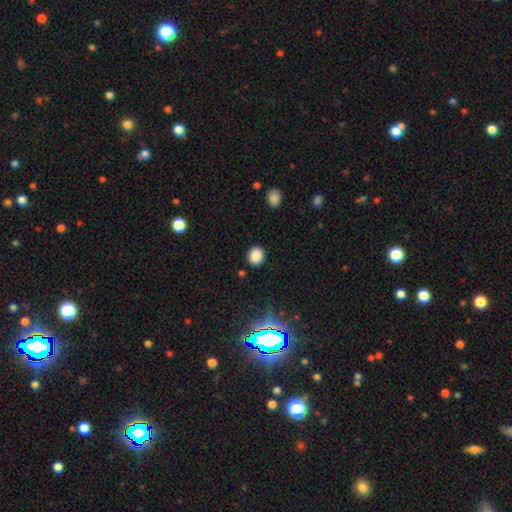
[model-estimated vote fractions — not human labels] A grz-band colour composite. It shows a smooth galaxy with no disk features (85%) that is round (68%). Merging: none (89%).